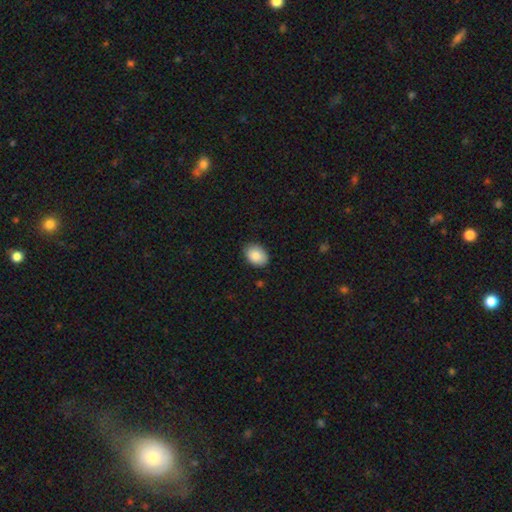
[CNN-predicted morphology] A smooth galaxy with no disk features (88%) that is in between round and cigar-shaped (76%).

Vote fractions:
- Smooth or featured? smooth: 88% / star or artifact: 7% / featured or disk: 5%
- How rounded? in between: 76% / round: 23% / cigar-shaped: 1%
- Merging? none: 86% / minor disturbance: 11% / major disturbance: 2% / merger: 1%